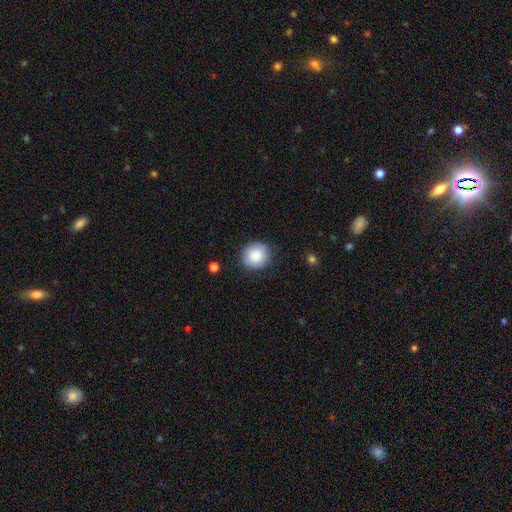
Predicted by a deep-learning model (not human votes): Morphology: type=smooth (86%); roundness=round (86%); merging=none (83%).